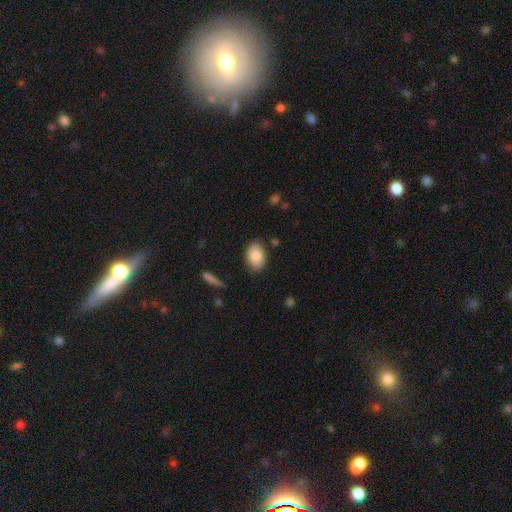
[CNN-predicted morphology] This appears to be a smooth galaxy with no disk features (86%) that is in between round and cigar-shaped (88%). Merging: none (83%).